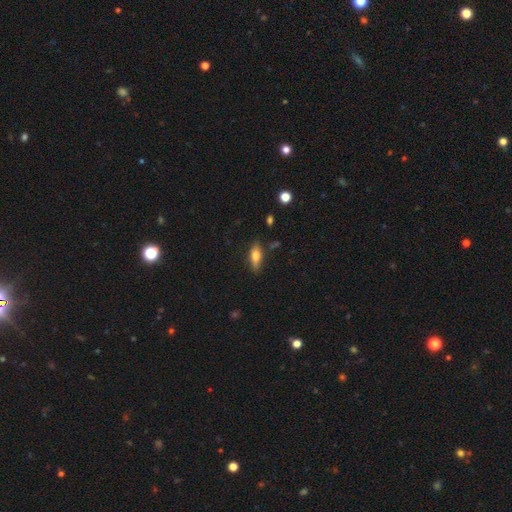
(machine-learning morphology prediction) The model was most divided on "how rounded": in between: 65%, cigar-shaped: 32%, round: 3%. More confident: merging — none (78%); smooth or featured — smooth (66%).